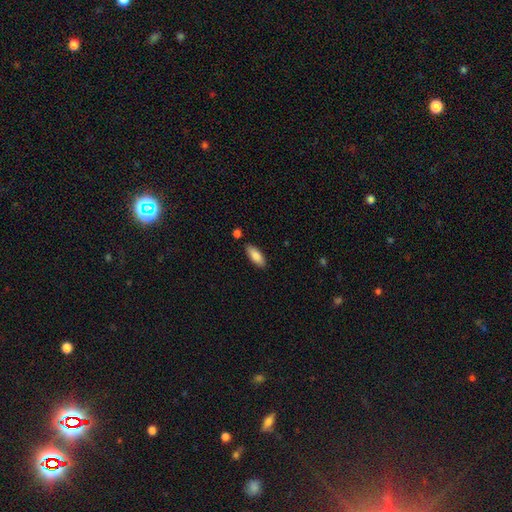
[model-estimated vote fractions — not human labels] smooth 83%, featured or disk 11%, star or artifact 6%. Down the decision tree: how rounded — in between (76%); merging — none (84%).